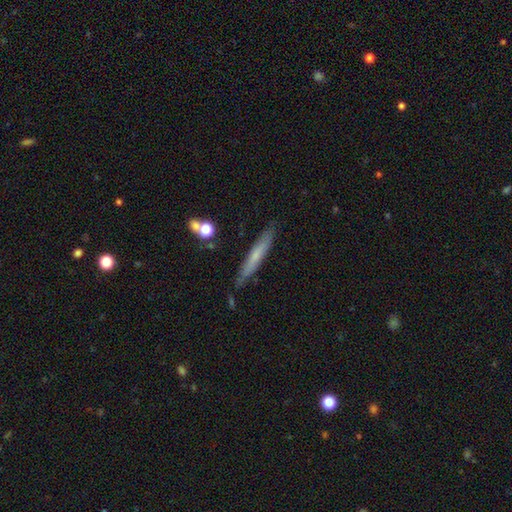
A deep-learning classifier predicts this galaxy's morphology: A smooth galaxy with no disk features (53%) that is cigar-shaped (94%). Merging: none (81%).